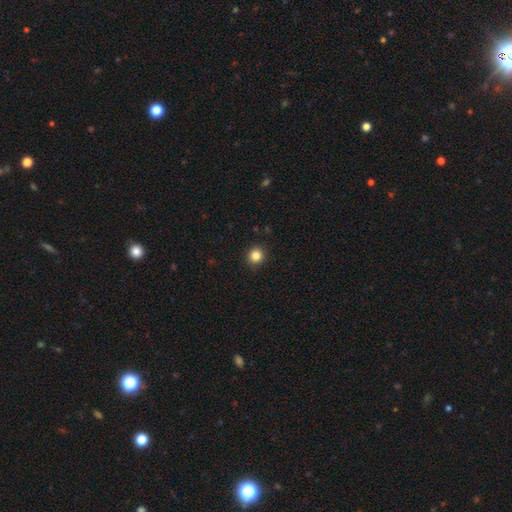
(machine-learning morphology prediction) Q: Smooth or featured?
A: smooth (84%); runner-up: star or artifact (12%)
Q: How rounded?
A: round (92%); runner-up: in between (7%)
Q: Merging?
A: none (91%); runner-up: minor disturbance (6%)